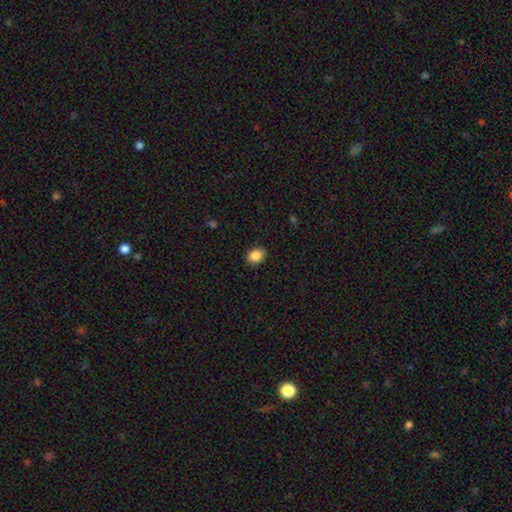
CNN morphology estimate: The model was most divided on "how rounded": in between: 51%, round: 48%, cigar-shaped: 1%. More confident: merging — none (89%); smooth or featured — smooth (86%).